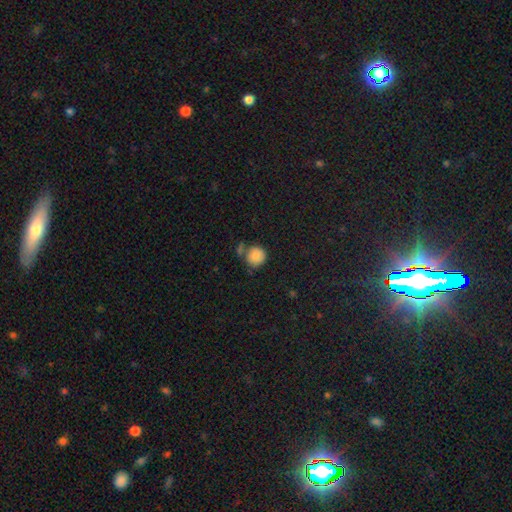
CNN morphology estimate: smooth_or_featured: smooth (p=0.86) [alt: star or artifact p=0.09]
how_rounded: round (p=0.90) [alt: in between p=0.09]
merging: none (p=0.60) [alt: merger p=0.18]